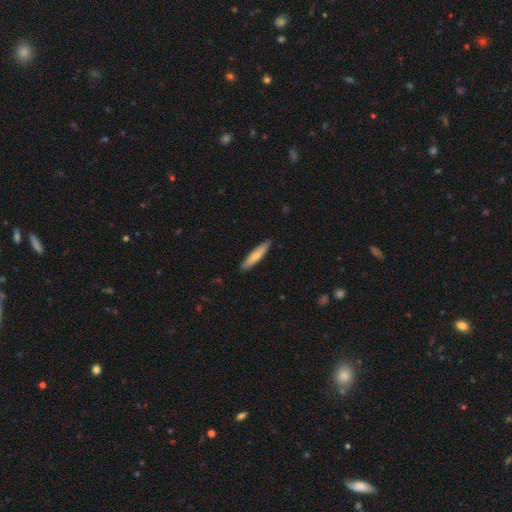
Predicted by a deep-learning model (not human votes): Smooth or featured: smooth — 71% (featured or disk — 24%)
How rounded: cigar-shaped — 87% (in between — 12%)
Merging: none — 90% (minor disturbance — 8%)